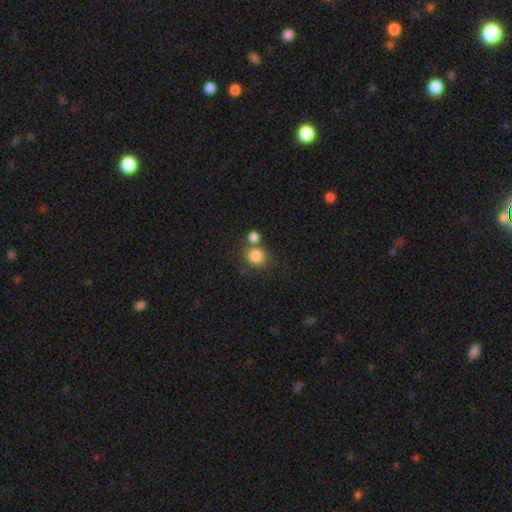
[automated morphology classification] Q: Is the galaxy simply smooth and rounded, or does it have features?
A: smooth — 83%.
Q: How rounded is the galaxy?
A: round — 81%.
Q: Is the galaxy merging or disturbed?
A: none — 54%.